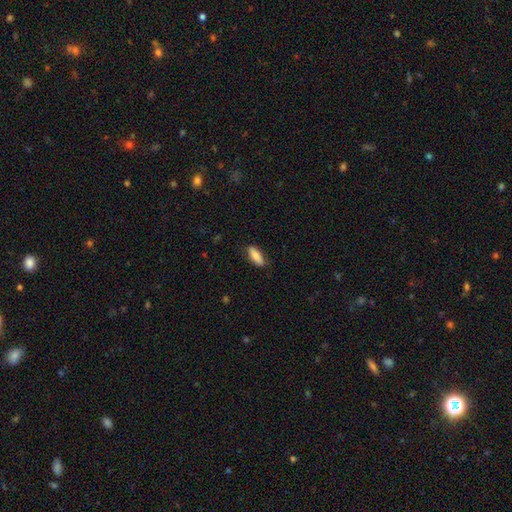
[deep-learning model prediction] Morphology: type=smooth (84%); roundness=in between (59%); merging=none (84%).